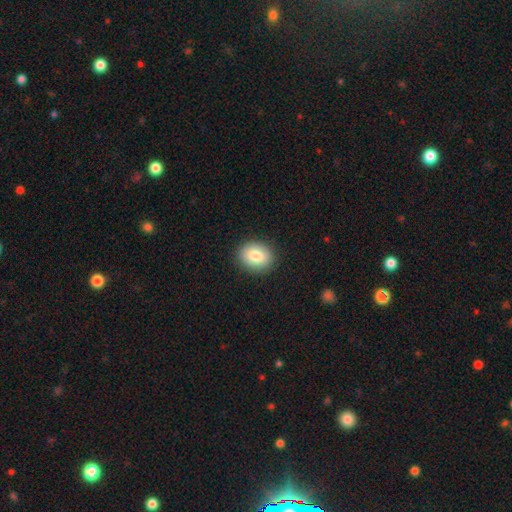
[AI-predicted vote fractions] Smooth or featured: smooth — 82% (featured or disk — 10%)
How rounded: in between — 57% (round — 42%)
Merging: none — 88% (minor disturbance — 8%)